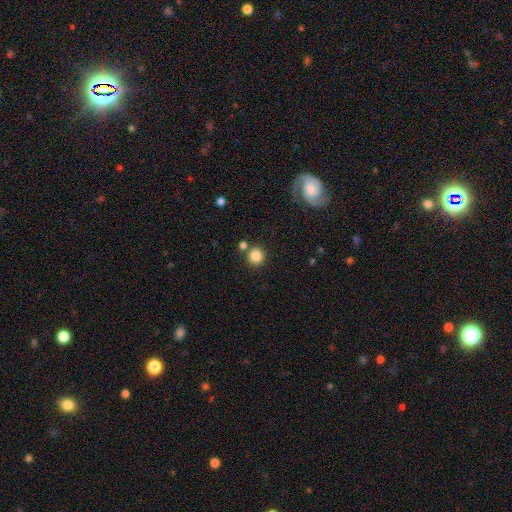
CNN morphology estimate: Smooth or featured? smooth (85%)
How rounded? round (93%)
Merging? none (79%)